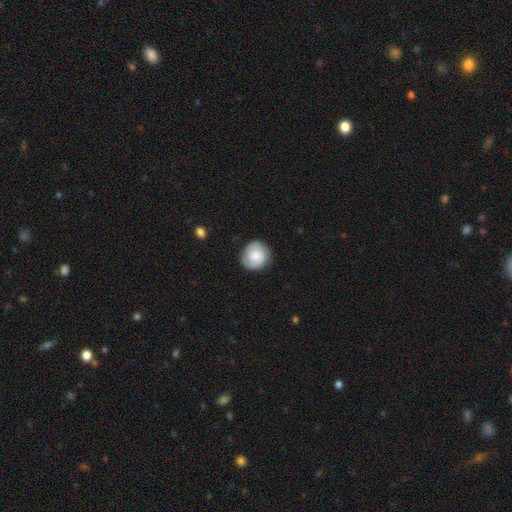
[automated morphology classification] A smooth galaxy with no disk features (77%) that is round (86%).

Vote fractions:
- Smooth or featured? smooth: 77% / featured or disk: 16% / star or artifact: 7%
- How rounded? round: 86% / in between: 13% / cigar-shaped: 1%
- Merging? none: 83% / minor disturbance: 13% / major disturbance: 3% / merger: 1%